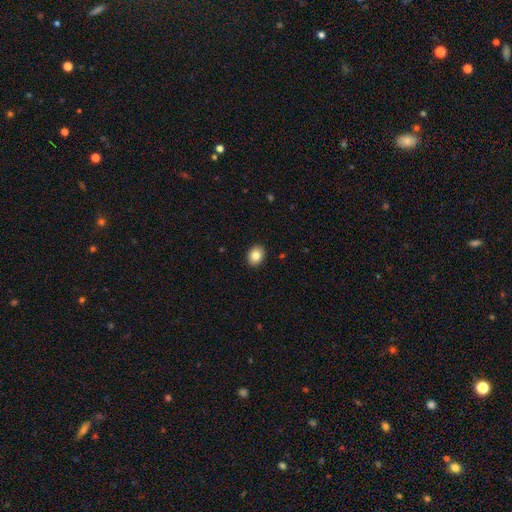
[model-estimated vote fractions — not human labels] smooth-or-featured: smooth: 84% | star or artifact: 9% | featured or disk: 7%
  how-rounded: in between: 55% | round: 44% | cigar-shaped: 1%
  merging: none: 91% | minor disturbance: 6% | major disturbance: 2% | merger: 1%